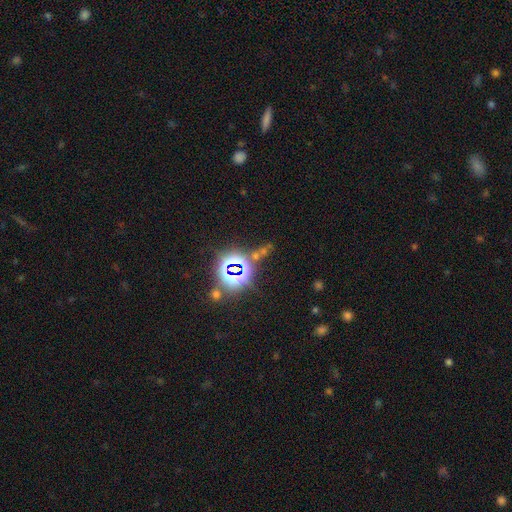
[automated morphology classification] Q: Smooth or featured?
A: star or artifact (79%); runner-up: smooth (13%)